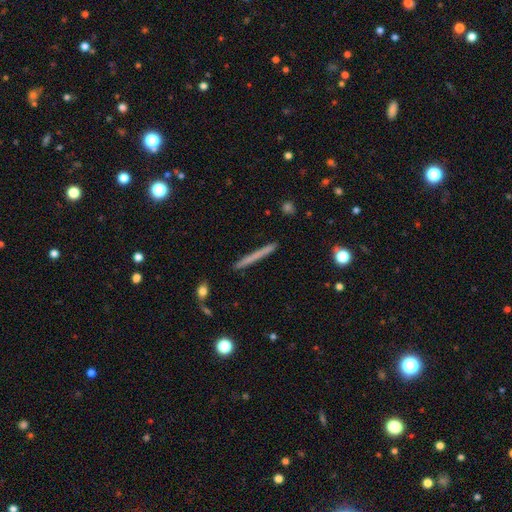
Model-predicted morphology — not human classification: Smooth or featured? smooth (56%)
How rounded? cigar-shaped (97%)
Merging? none (91%)